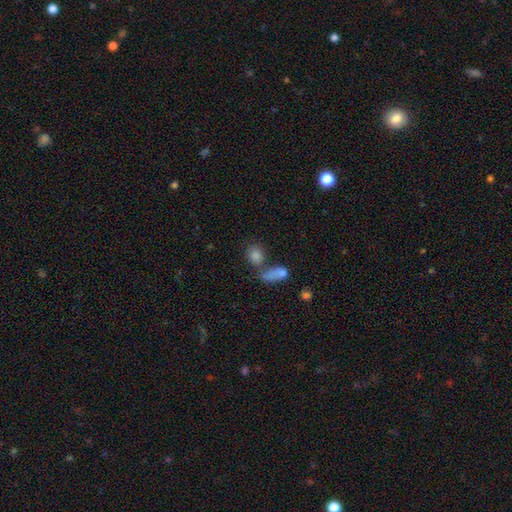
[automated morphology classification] A smooth galaxy with no disk features (78%) that is round (61%).

Vote fractions:
- Smooth or featured? smooth: 78% / star or artifact: 13% / featured or disk: 9%
- How rounded? round: 61% / in between: 34% / cigar-shaped: 4%
- Merging? none: 49% / merger: 34% / minor disturbance: 10% / major disturbance: 7%